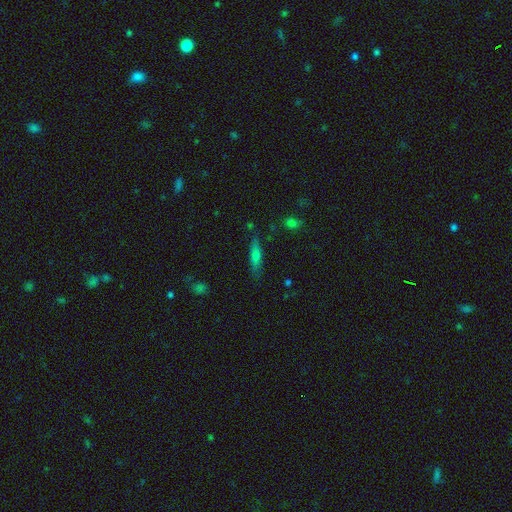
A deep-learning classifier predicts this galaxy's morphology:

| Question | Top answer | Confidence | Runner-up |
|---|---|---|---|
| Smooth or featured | smooth | 61% | featured or disk (30%) |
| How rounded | cigar-shaped | 74% | in between (23%) |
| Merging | none | 80% | minor disturbance (14%) |